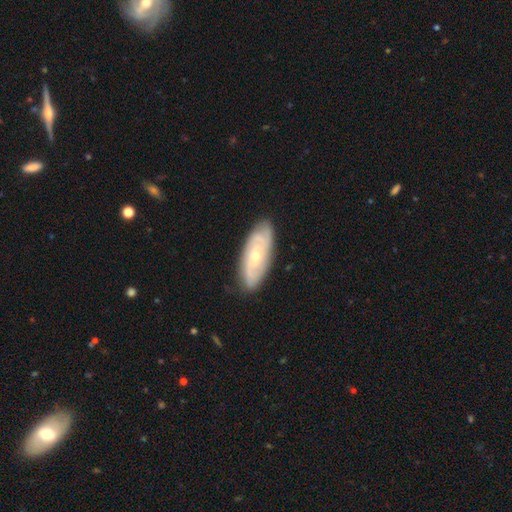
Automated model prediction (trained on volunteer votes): featured or disk 70%, smooth 24%, star or artifact 6%. Down the decision tree: edge-on disk — no (87%); bar — no (74%); spiral arms — yes (84%); spiral arm count — can't tell (47%); spiral winding — tight (60%); bulge size — small (62%); merging — none (83%).